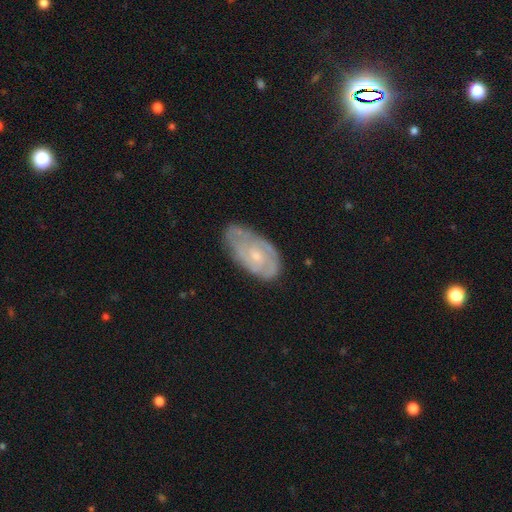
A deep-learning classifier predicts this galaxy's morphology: Overall: featured or disk (68%). Edge-on disk: no (94%). Bar: no (71%). Spiral arms: yes (79%). Spiral arm count: can't tell (45%; 2 33%). Spiral winding: tight (61%; medium 30%). Bulge size: small (62%; moderate 32%). Merging: none (61%; minor disturbance 29%).